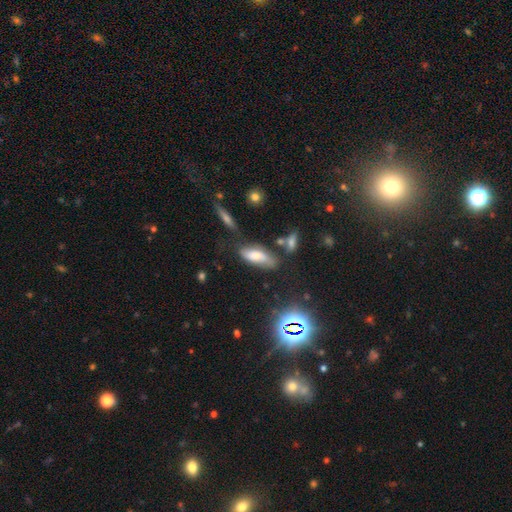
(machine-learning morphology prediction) smooth 63%, featured or disk 26%, star or artifact 11%. Down the decision tree: how rounded — in between (81%); merging — none (49%).